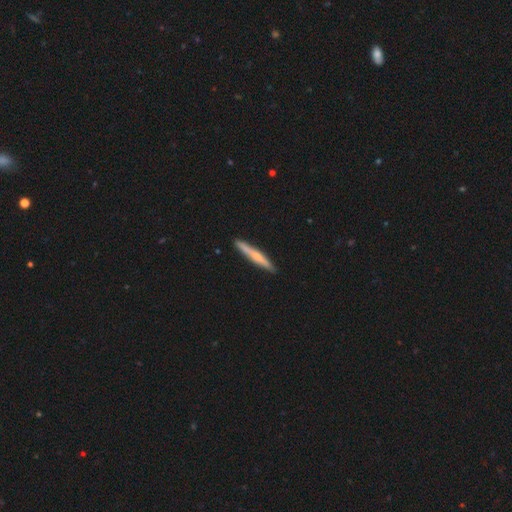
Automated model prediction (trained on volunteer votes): Q: Smooth or featured?
A: smooth (50%); runner-up: featured or disk (44%)
Q: How rounded?
A: cigar-shaped (95%); runner-up: in between (3%)
Q: Merging?
A: none (90%); runner-up: minor disturbance (7%)